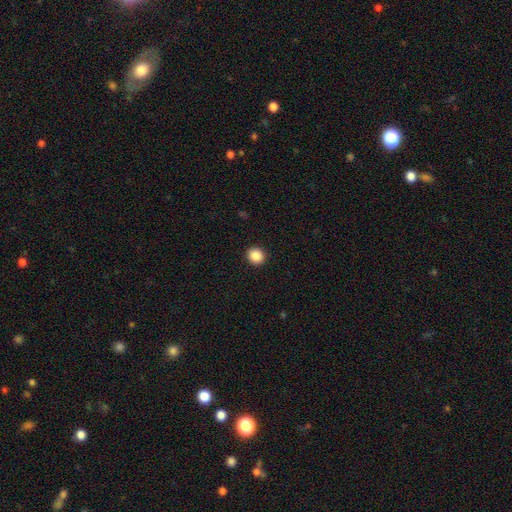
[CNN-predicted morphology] Q: Smooth or featured?
A: smooth (88%); runner-up: star or artifact (9%)
Q: How rounded?
A: round (87%); runner-up: in between (12%)
Q: Merging?
A: none (93%); runner-up: minor disturbance (5%)